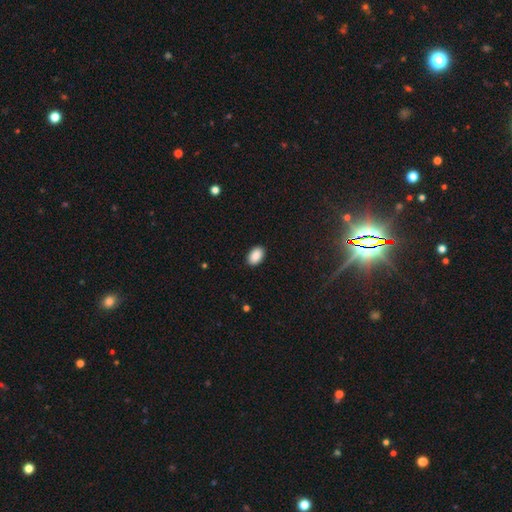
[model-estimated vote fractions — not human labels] Morphology: type=smooth (90%); roundness=in between (92%); merging=none (90%).